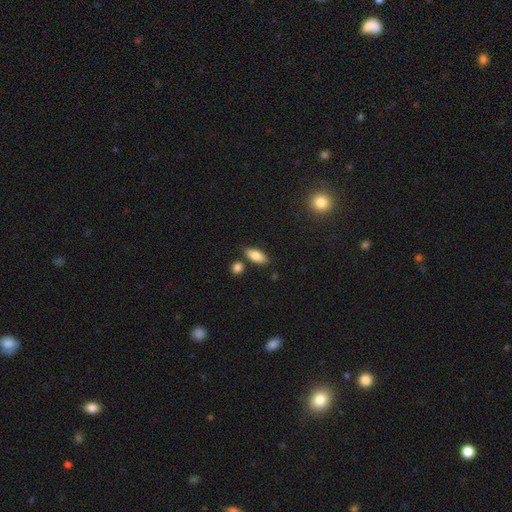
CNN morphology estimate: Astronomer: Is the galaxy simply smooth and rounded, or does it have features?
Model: smooth — 82%.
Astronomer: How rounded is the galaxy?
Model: in between — 84%.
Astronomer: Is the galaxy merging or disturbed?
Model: none — 80%.